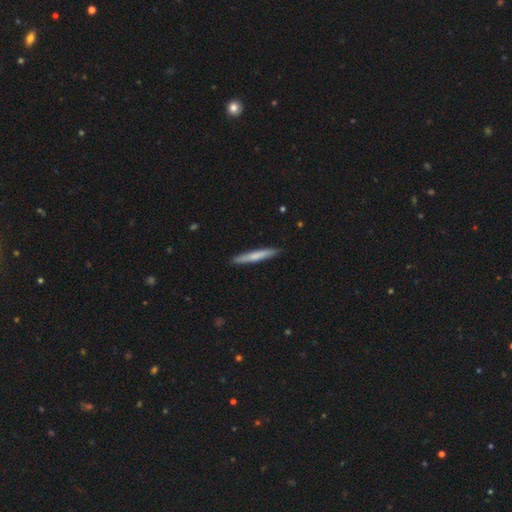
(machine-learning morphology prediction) Overall: smooth (69%). How rounded: cigar-shaped (96%). Merging: none (91%).